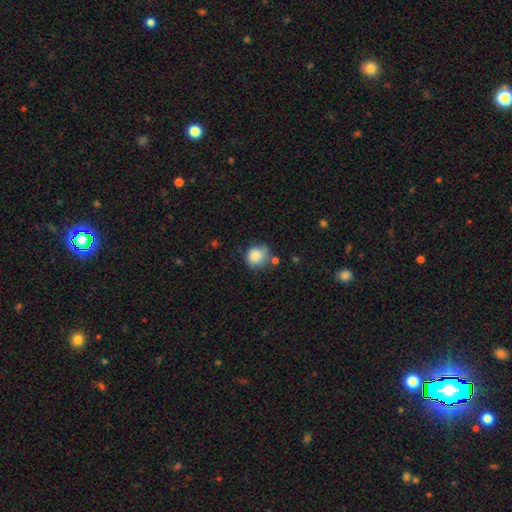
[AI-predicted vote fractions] smooth_or_featured: smooth (p=0.83) [alt: star or artifact p=0.09]
how_rounded: round (p=0.77) [alt: in between p=0.22]
merging: none (p=0.53) [alt: minor disturbance p=0.30]